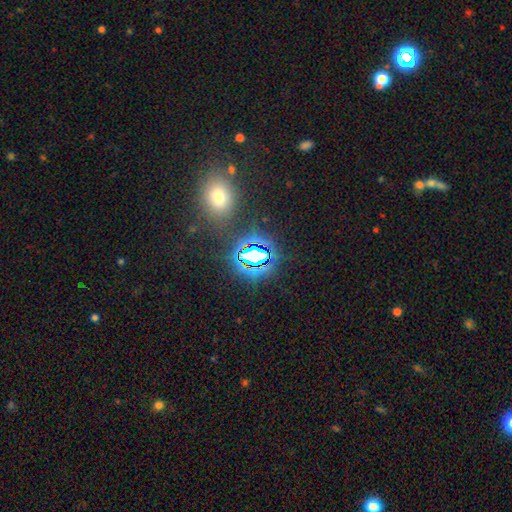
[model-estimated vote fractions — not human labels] smooth-or-featured: star or artifact: 76% | smooth: 15% | featured or disk: 9%